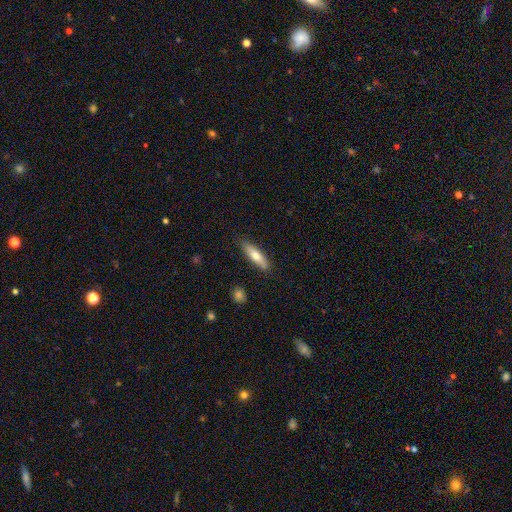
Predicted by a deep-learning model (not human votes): smooth-or-featured: smooth: 67% | featured or disk: 27% | star or artifact: 6%
  how-rounded: cigar-shaped: 70% | in between: 28% | round: 2%
  merging: none: 86% | minor disturbance: 11% | major disturbance: 2% | merger: 1%